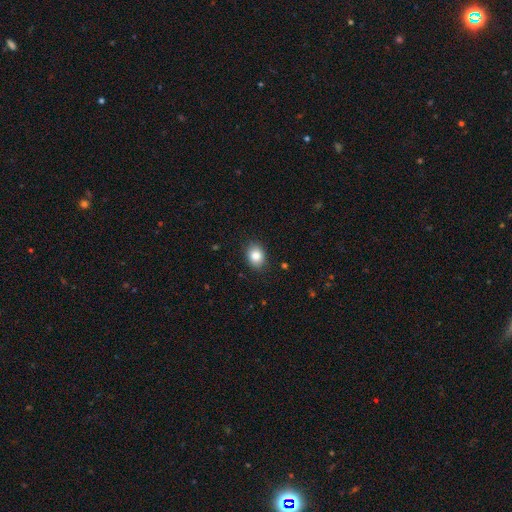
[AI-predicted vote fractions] A smooth galaxy with no disk features (85%) that is in between round and cigar-shaped (60%).

Vote fractions:
- Smooth or featured? smooth: 85% / star or artifact: 9% / featured or disk: 6%
- How rounded? in between: 60% / round: 39% / cigar-shaped: 1%
- Merging? none: 86% / minor disturbance: 11% / major disturbance: 2% / merger: 1%